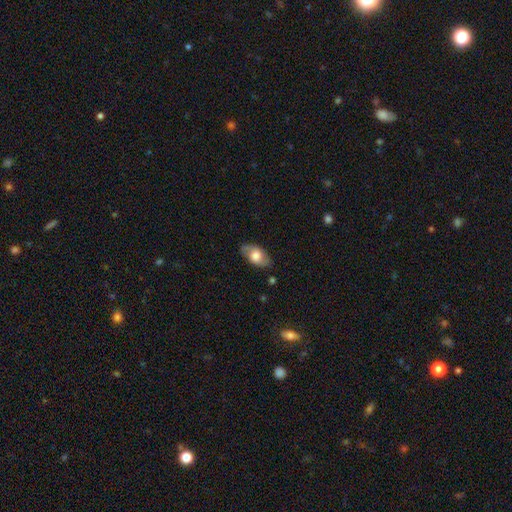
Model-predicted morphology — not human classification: smooth 58%, featured or disk 36%, star or artifact 6%. Down the decision tree: how rounded — in between (92%); merging — none (78%).